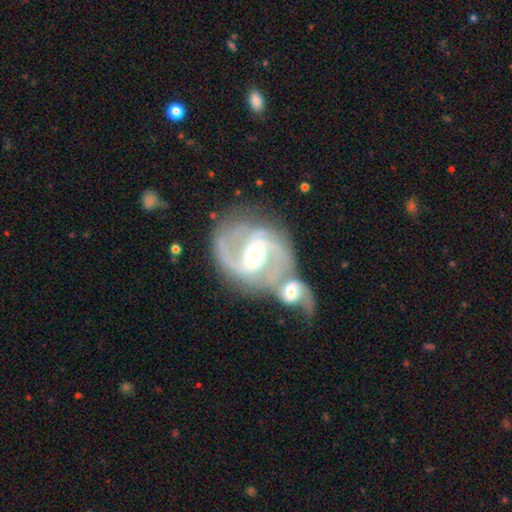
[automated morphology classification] A featured or disk galaxy (91%) with a strong bar (44%), 2 (85%) medium (54%) spiral arms (97%) and a moderate central bulge (68%). Merging: merger (43%).